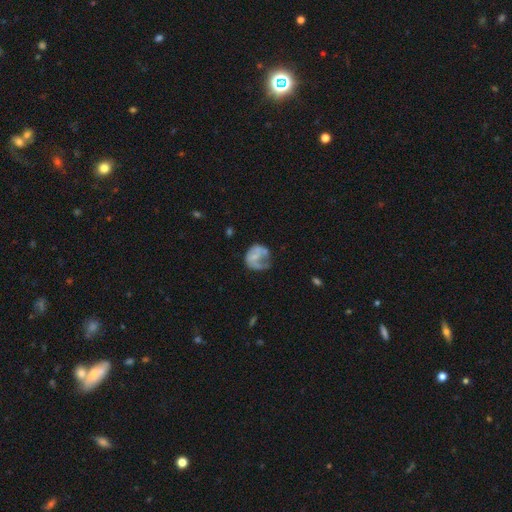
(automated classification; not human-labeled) Overall: featured or disk (48%; smooth 43%). Merging: major disturbance (39%; none 31%).